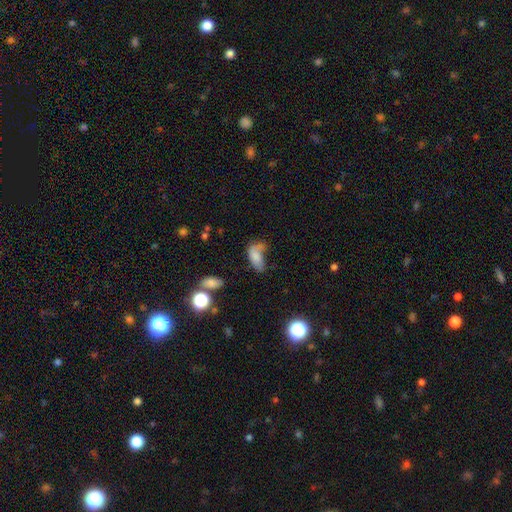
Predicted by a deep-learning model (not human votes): Smooth or featured? smooth (71%)
How rounded? in between (89%)
Merging? major disturbance (34%)